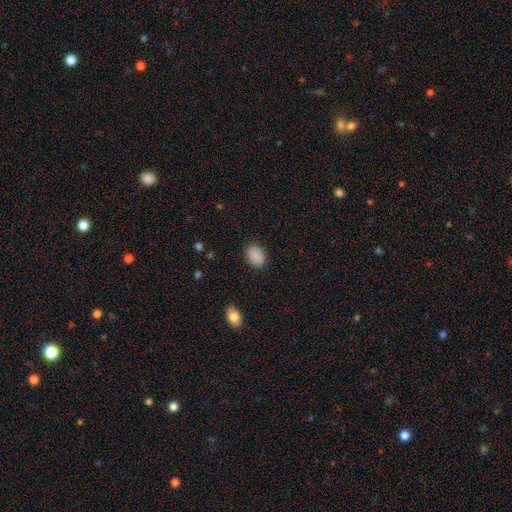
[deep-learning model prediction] The model was most divided on "how rounded": in between: 80%, round: 19%, cigar-shaped: 1%. More confident: smooth or featured — smooth (89%); merging — none (85%).